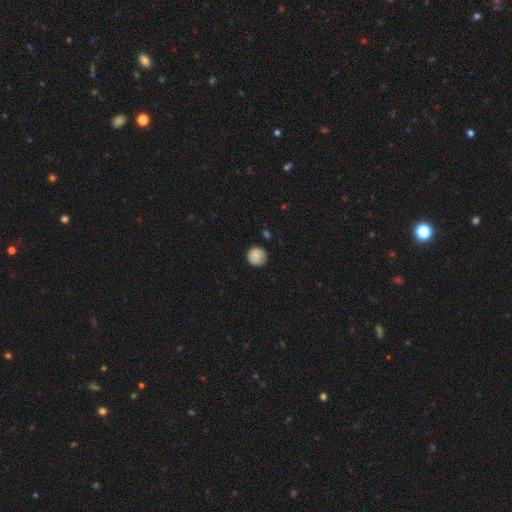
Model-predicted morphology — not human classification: smooth 81%, featured or disk 11%, star or artifact 8%. Down the decision tree: how rounded — round (92%); merging — none (78%).